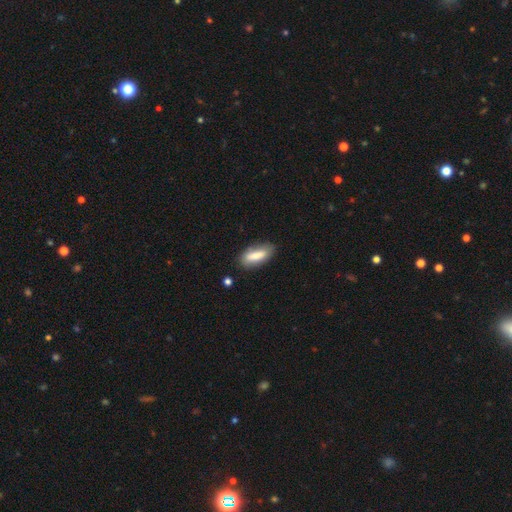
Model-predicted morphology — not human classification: This appears to be a smooth galaxy with no disk features (76%) that is in between round and cigar-shaped (69%). Merging: none (78%).